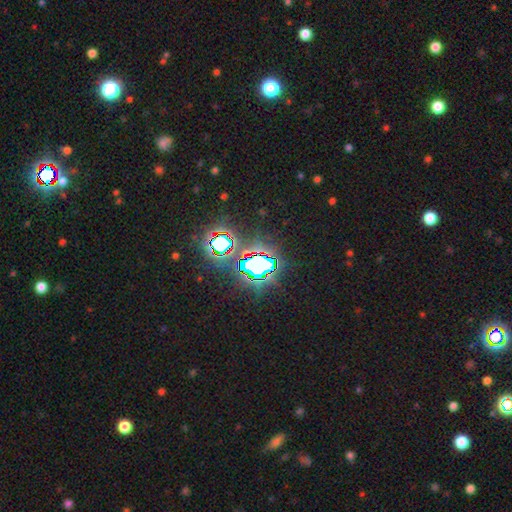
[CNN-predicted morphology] Overall: star or artifact (81%).